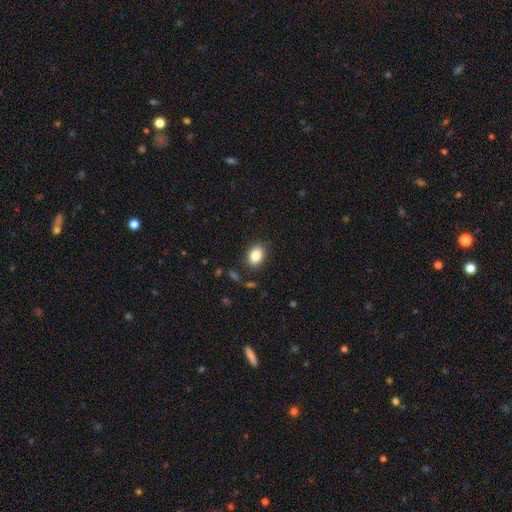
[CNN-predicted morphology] Overall: smooth (85%). How rounded: in between (76%). Merging: none (84%).